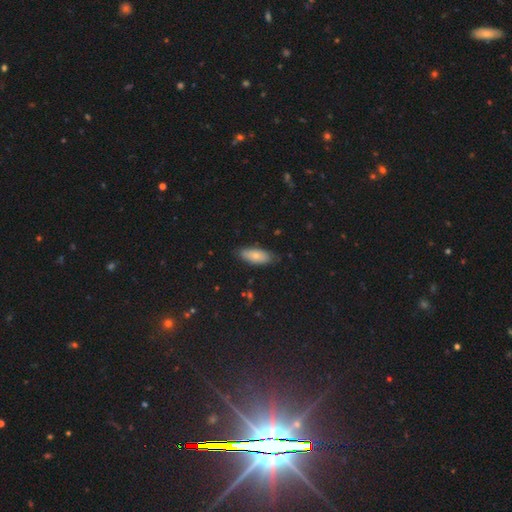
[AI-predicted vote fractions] Smooth or featured?
  - smooth: 71% *
  - featured or disk: 21%
  - star or artifact: 8%
How rounded?
  - in between: 83% *
  - cigar-shaped: 14%
  - round: 2%
Merging?
  - none: 77% *
  - minor disturbance: 19%
  - major disturbance: 3%
  - merger: 1%